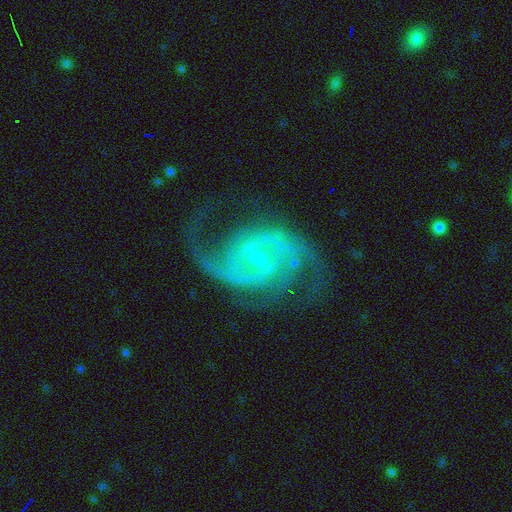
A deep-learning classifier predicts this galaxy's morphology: The model was most divided on "bar": weak: 51%, no: 37%, strong: 12%. More confident: spiral arms — yes (98%); edge-on disk — no (98%); smooth or featured — featured or disk (92%); spiral arm count — 2 (87%); bulge size — small (73%); merging — none (73%); spiral winding — medium (57%).